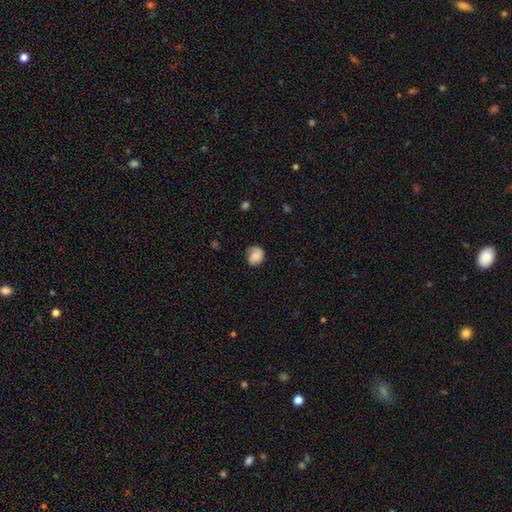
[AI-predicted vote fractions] Smooth or featured?
  - smooth: 70% *
  - featured or disk: 21%
  - star or artifact: 9%
How rounded?
  - round: 60% *
  - in between: 39%
  - cigar-shaped: 1%
Merging?
  - none: 57% *
  - minor disturbance: 29%
  - major disturbance: 12%
  - merger: 2%